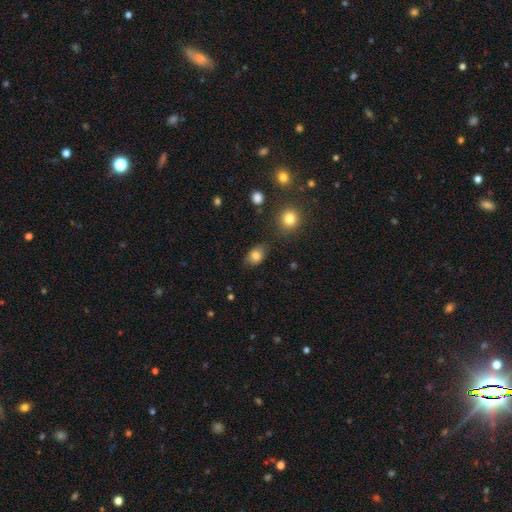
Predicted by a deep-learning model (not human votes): A smooth galaxy with no disk features (80%) that is in between round and cigar-shaped (74%). Merging: none (77%).